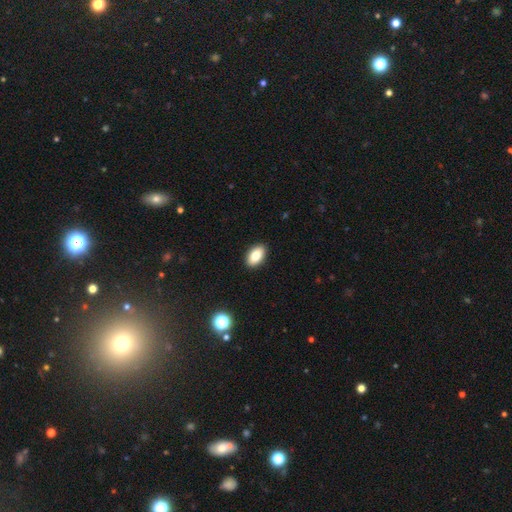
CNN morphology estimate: A smooth galaxy with no disk features (85%) that is in between round and cigar-shaped (93%). Merging: none (91%).